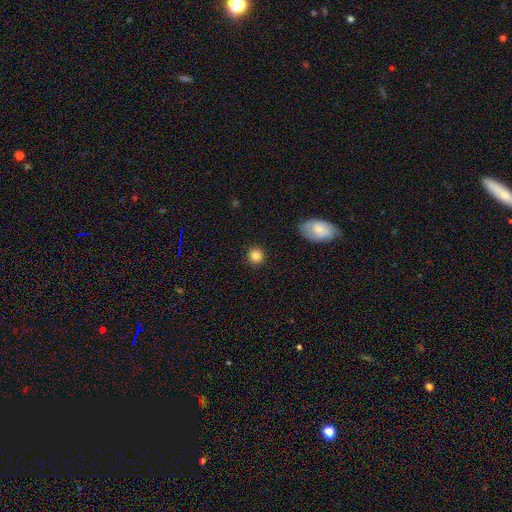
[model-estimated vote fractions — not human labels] Smooth or featured: smooth — 84% (star or artifact — 10%)
How rounded: round — 92% (in between — 7%)
Merging: none — 91% (minor disturbance — 6%)